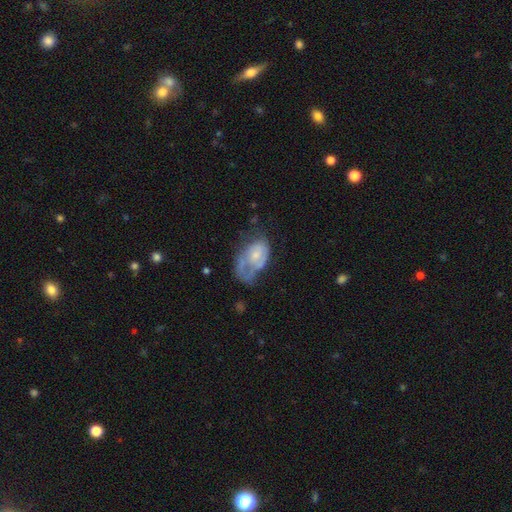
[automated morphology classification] Smooth or featured? featured or disk (56%)
Edge-on disk? no (96%)
Bar? no (79%)
Spiral arms? yes (53%)
Bulge size? small (51%)
Merging? major disturbance (41%)